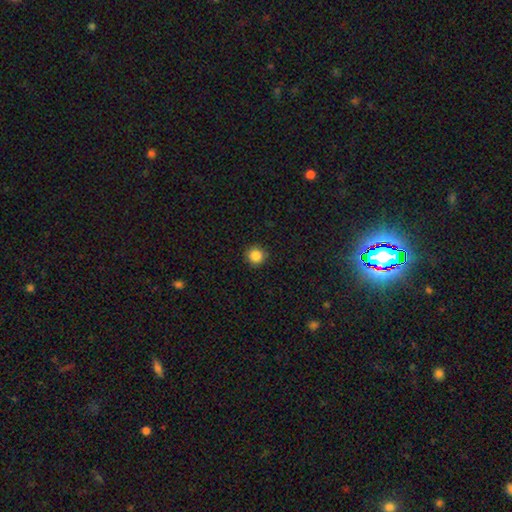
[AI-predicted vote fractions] Q: Smooth or featured?
A: smooth (86%); runner-up: star or artifact (11%)
Q: How rounded?
A: round (95%); runner-up: in between (4%)
Q: Merging?
A: none (92%); runner-up: minor disturbance (6%)